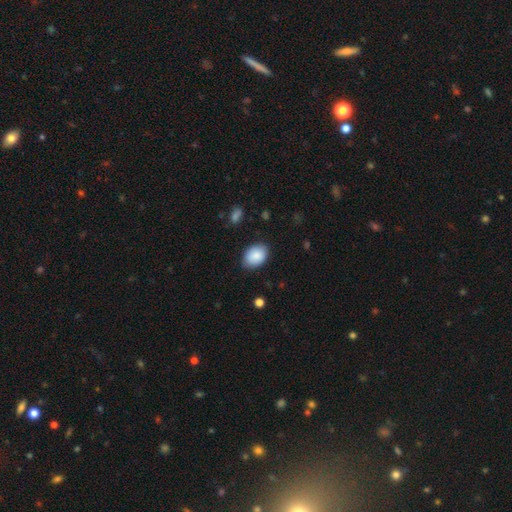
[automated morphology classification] This is clearly a smooth galaxy (88%). How rounded: clearly in between (80%). Merging: clearly none (83%).